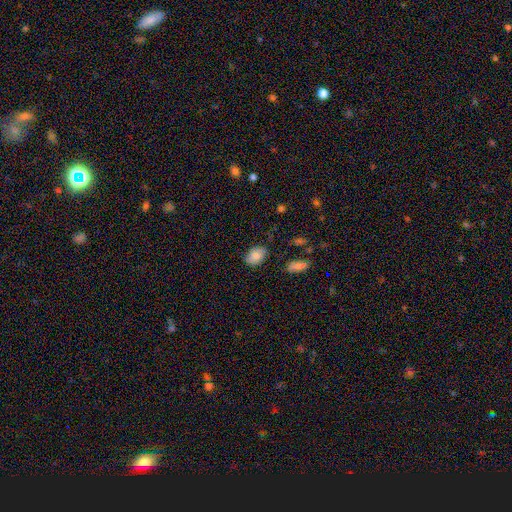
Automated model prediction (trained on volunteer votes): smooth 83%, featured or disk 8%, star or artifact 8%. Down the decision tree: how rounded — in between (81%); merging — none (73%).